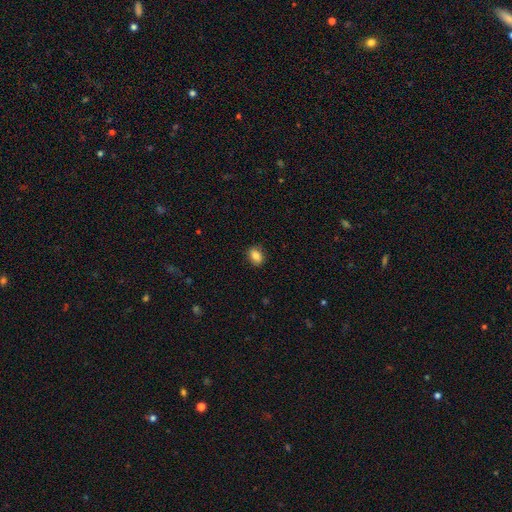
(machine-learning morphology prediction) smooth-or-featured: smooth: 86% | star or artifact: 9% | featured or disk: 5%
  how-rounded: in between: 71% | round: 28% | cigar-shaped: 1%
  merging: none: 88% | minor disturbance: 9% | major disturbance: 2% | merger: 1%